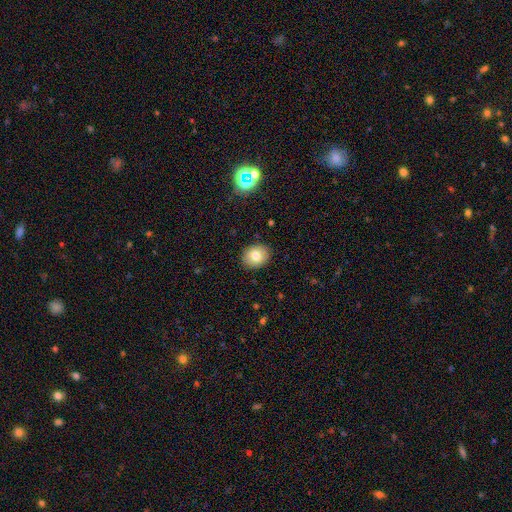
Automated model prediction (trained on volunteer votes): Q: Smooth or featured?
A: smooth (78%); runner-up: featured or disk (12%)
Q: How rounded?
A: round (61%); runner-up: in between (39%)
Q: Merging?
A: none (89%); runner-up: minor disturbance (8%)